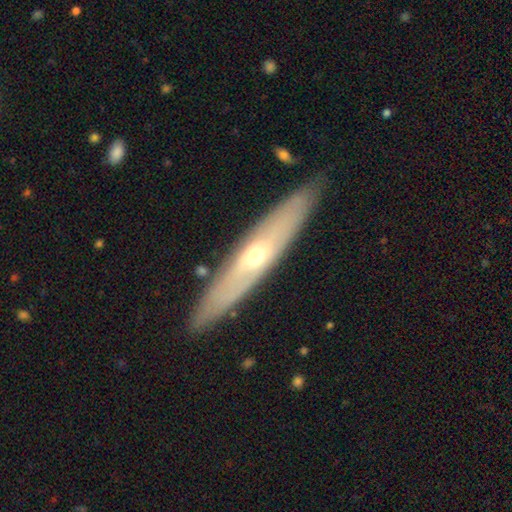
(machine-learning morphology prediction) smooth_or_featured: featured or disk (p=0.66) [alt: smooth p=0.28]
disk_edge_on: yes (p=0.69) [alt: no p=0.31]
merging: none (p=0.87) [alt: minor disturbance p=0.10]